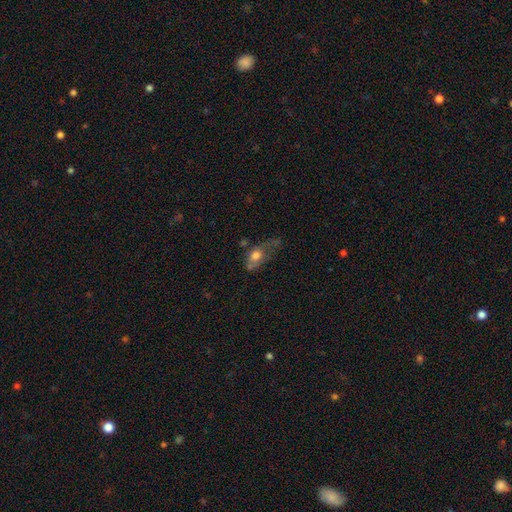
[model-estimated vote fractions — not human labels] Overall: smooth (61%; featured or disk 30%). How rounded: in between (78%). Merging: major disturbance (39%; minor disturbance 27%).